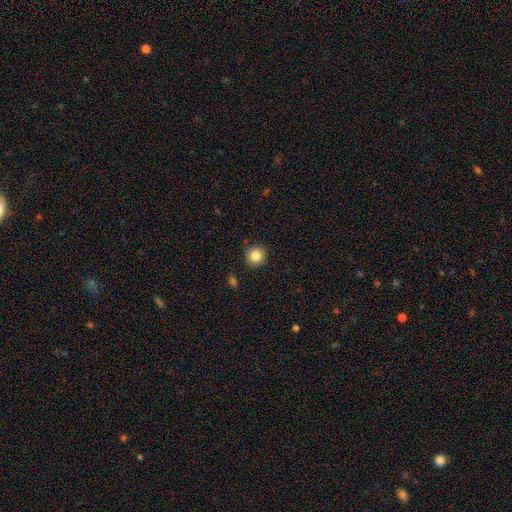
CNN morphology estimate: Smooth or featured?
  - smooth: 84% *
  - star or artifact: 11%
  - featured or disk: 5%
How rounded?
  - round: 93% *
  - in between: 6%
  - cigar-shaped: 1%
Merging?
  - none: 90% *
  - minor disturbance: 7%
  - major disturbance: 2%
  - merger: 1%